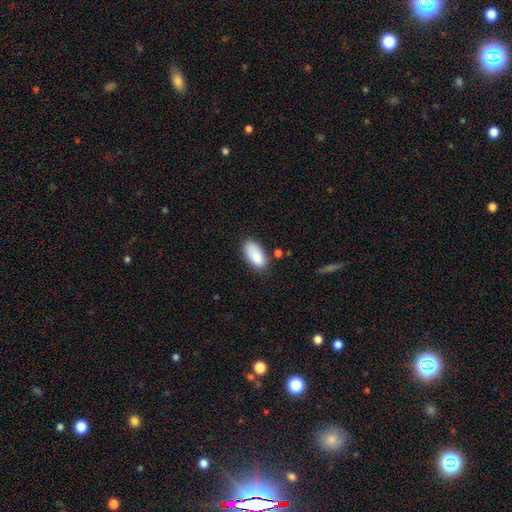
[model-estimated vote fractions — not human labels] Smooth or featured?
  - smooth: 86% *
  - featured or disk: 7%
  - star or artifact: 7%
How rounded?
  - in between: 92% *
  - cigar-shaped: 6%
  - round: 2%
Merging?
  - none: 73% *
  - minor disturbance: 19%
  - merger: 4%
  - major disturbance: 4%